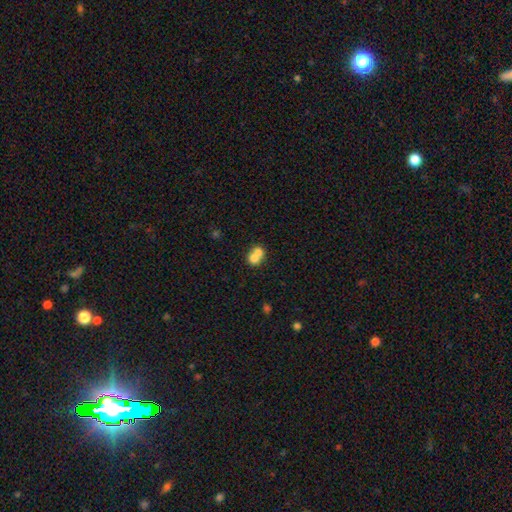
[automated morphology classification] The model was most divided on "how rounded": round: 67%, in between: 32%, cigar-shaped: 1%. More confident: smooth or featured — smooth (70%); merging — merger (69%).